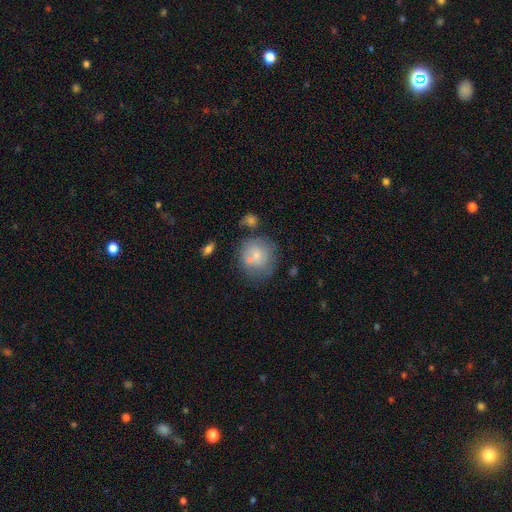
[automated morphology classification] A smooth galaxy with no disk features (68%) that is round (85%).

Vote fractions:
- Smooth or featured? smooth: 68% / featured or disk: 23% / star or artifact: 8%
- How rounded? round: 85% / in between: 14% / cigar-shaped: 1%
- Merging? none: 52% / merger: 20% / minor disturbance: 19% / major disturbance: 9%